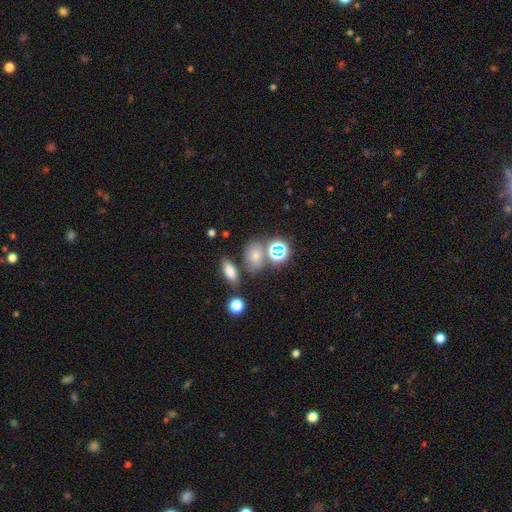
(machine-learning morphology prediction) Smooth or featured?
  - smooth: 56% *
  - star or artifact: 31%
  - featured or disk: 13%
How rounded?
  - in between: 54% *
  - round: 42%
  - cigar-shaped: 4%
Merging?
  - none: 65% *
  - merger: 20%
  - minor disturbance: 11%
  - major disturbance: 5%